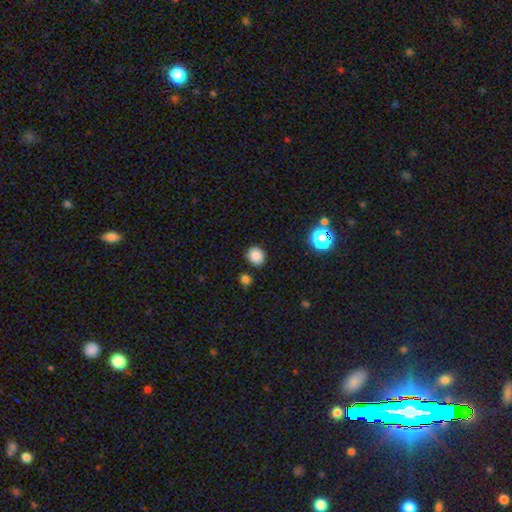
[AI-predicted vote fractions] Smooth or featured? smooth (85%)
How rounded? round (74%)
Merging? none (84%)